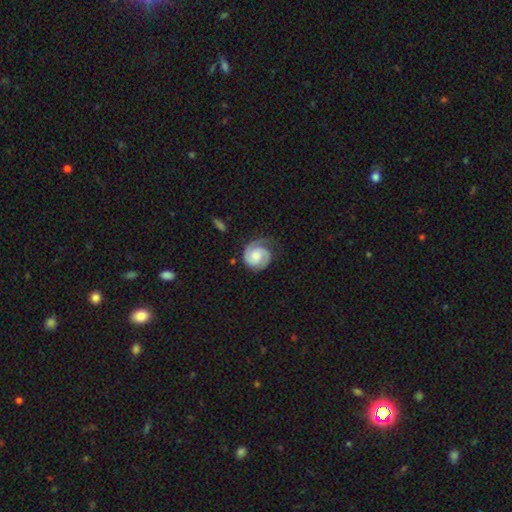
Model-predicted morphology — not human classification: Smooth or featured: featured or disk — 81% (smooth — 14%)
Edge-on disk: no — 98% (yes — 2%)
Bar: no — 63% (weak — 31%)
Spiral arms: yes — 97% (no — 3%)
Spiral winding: tight — 60% (medium — 33%)
Spiral arm count: 2 — 75% (1 — 15%)
Bulge size: moderate — 40% (small — 27%)
Merging: none — 68% (minor disturbance — 21%)